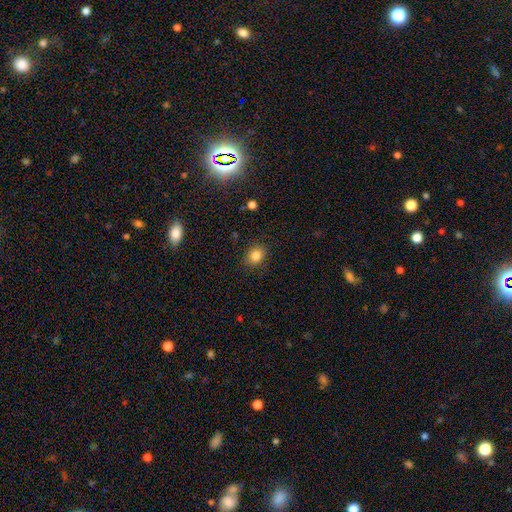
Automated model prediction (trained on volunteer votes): Smooth or featured: smooth — 83% (star or artifact — 11%)
How rounded: round — 61% (in between — 38%)
Merging: none — 87% (minor disturbance — 9%)